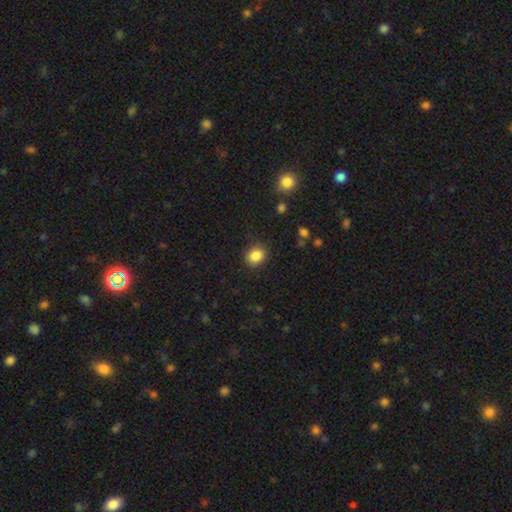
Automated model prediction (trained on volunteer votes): A smooth galaxy with no disk features (86%) that is round (60%). Merging: none (84%).